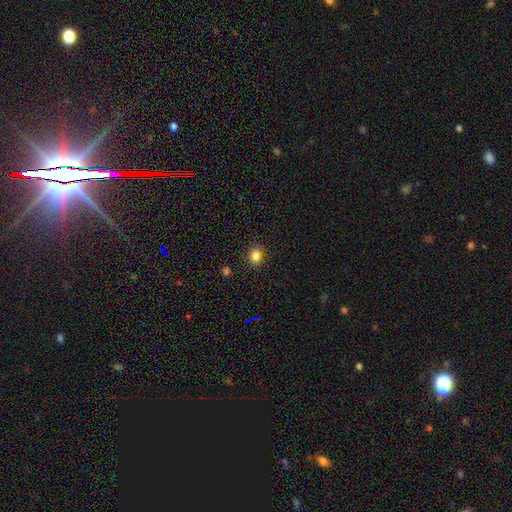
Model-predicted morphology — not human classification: Overall: smooth (84%). How rounded: in between (54%; round 45%). Merging: none (87%).